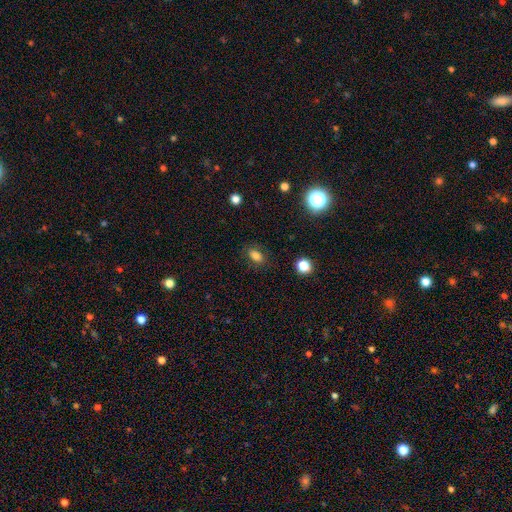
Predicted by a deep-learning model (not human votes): Smooth or featured? smooth (78%)
How rounded? in between (85%)
Merging? none (82%)